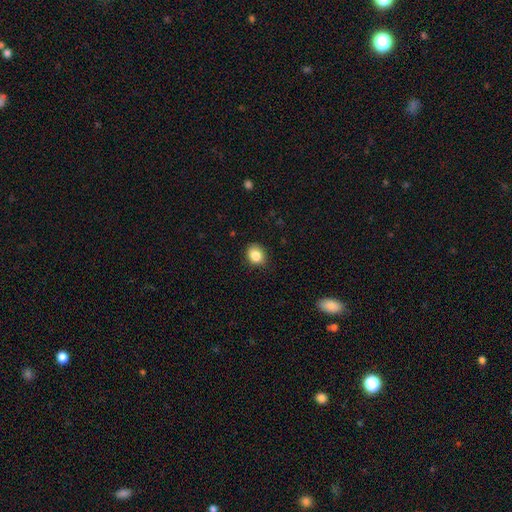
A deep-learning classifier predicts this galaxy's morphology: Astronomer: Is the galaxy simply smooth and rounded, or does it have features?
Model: smooth — 86%.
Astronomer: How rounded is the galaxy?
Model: round — 55% (runner-up: in between, 44%).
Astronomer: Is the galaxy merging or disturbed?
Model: none — 83%.